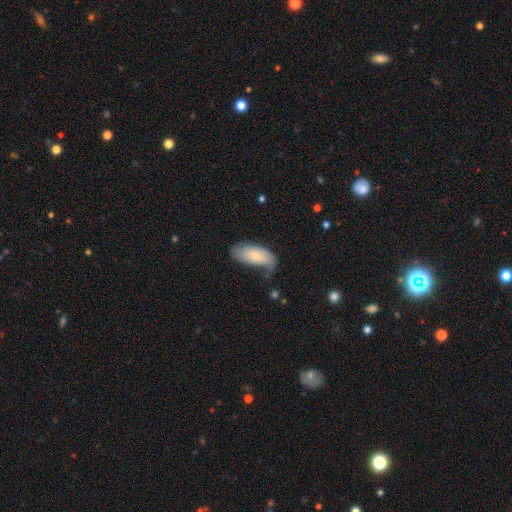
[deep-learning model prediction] Smooth or featured? Predicted: smooth (p=0.64). How rounded? Predicted: in between (p=0.92). Merging? Predicted: none (p=0.41).